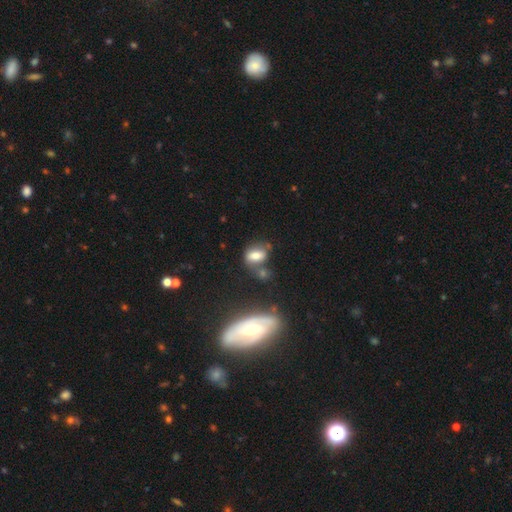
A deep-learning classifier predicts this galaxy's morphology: smooth 69%, featured or disk 18%, star or artifact 13%. Down the decision tree: how rounded — in between (78%); merging — none (44%).